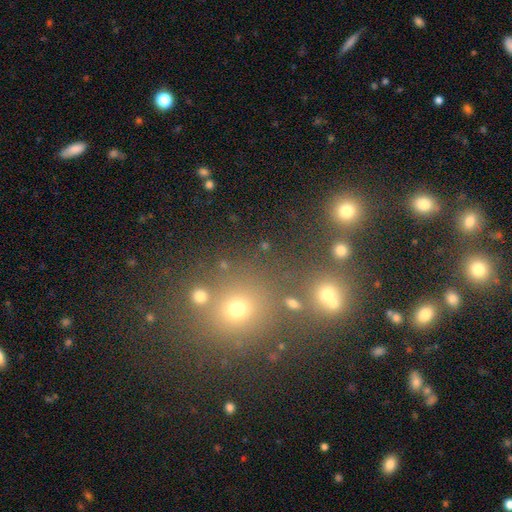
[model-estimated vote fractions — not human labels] Morphology: type=smooth (48%); merging=none (73%).